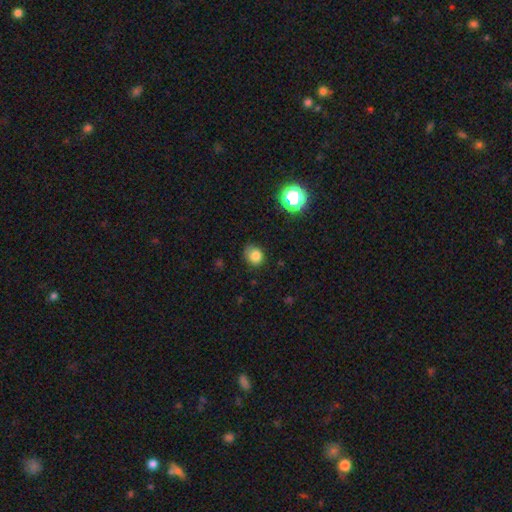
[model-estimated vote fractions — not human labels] Overall: smooth (80%). How rounded: round (68%; in between 31%). Merging: none (67%).